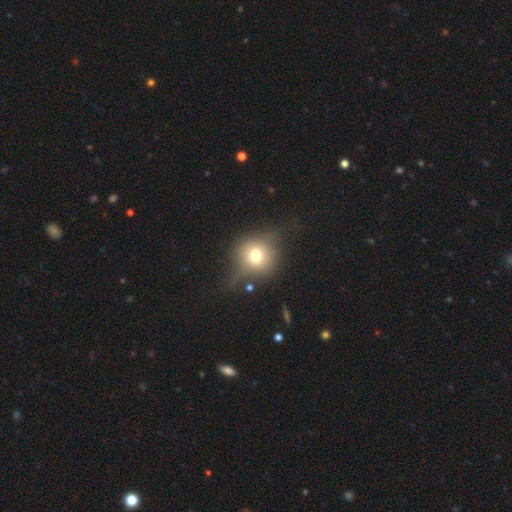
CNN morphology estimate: Smooth or featured: smooth — 60% (featured or disk — 27%)
How rounded: round — 82% (in between — 16%)
Merging: none — 58% (minor disturbance — 23%)